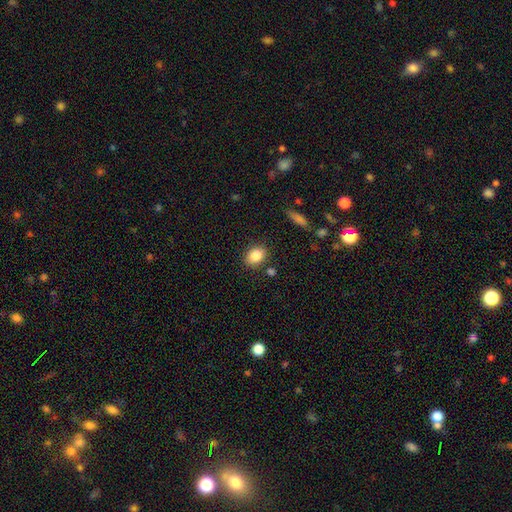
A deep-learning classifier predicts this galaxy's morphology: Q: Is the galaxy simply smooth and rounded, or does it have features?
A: smooth — 85%.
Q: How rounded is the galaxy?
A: in between — 65%.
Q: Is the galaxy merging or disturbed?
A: none — 84%.